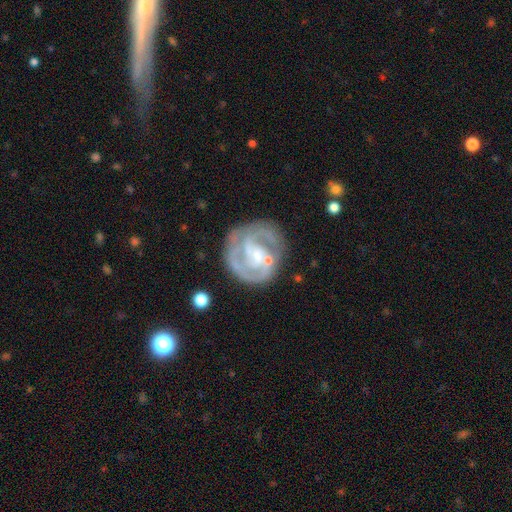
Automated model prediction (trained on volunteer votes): A featured or disk galaxy (85%) with a weak bar (42%), 2 (55%) tight (58%) spiral arms (93%) and a small central bulge (59%). Merging: none (70%).